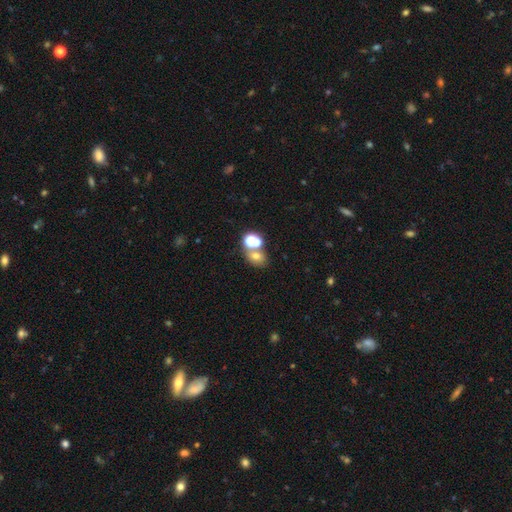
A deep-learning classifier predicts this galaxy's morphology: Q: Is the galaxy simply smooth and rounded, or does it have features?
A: smooth — 64%.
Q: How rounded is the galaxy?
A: in between — 50%.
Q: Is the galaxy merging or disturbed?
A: none — 47%.